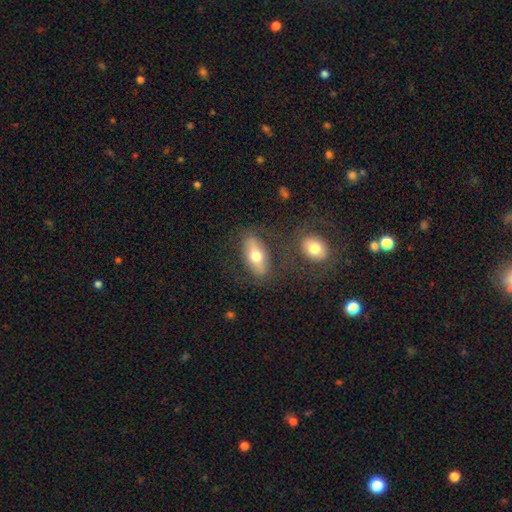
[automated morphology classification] type=smooth (59%); roundness=in between (83%); merging=none (74%).